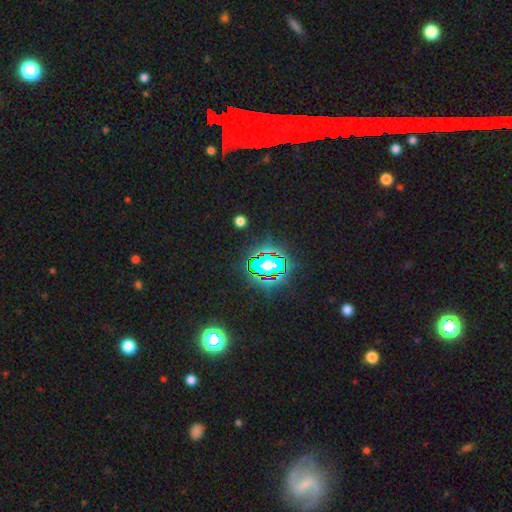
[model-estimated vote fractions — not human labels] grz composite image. It shows a star or artifact, not a galaxy (75%).